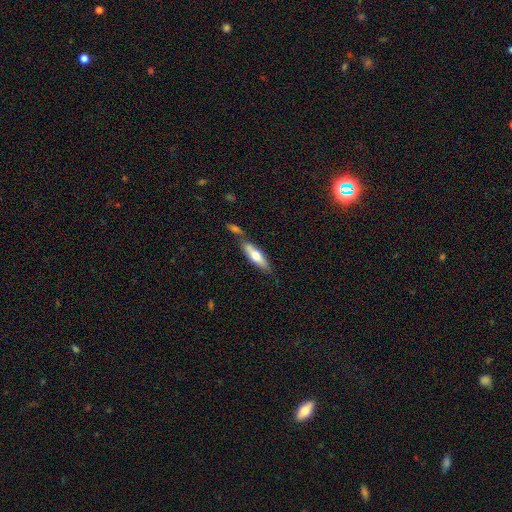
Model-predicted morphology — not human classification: smooth 58%, featured or disk 36%, star or artifact 6%. Down the decision tree: how rounded — cigar-shaped (62%); merging — none (60%).